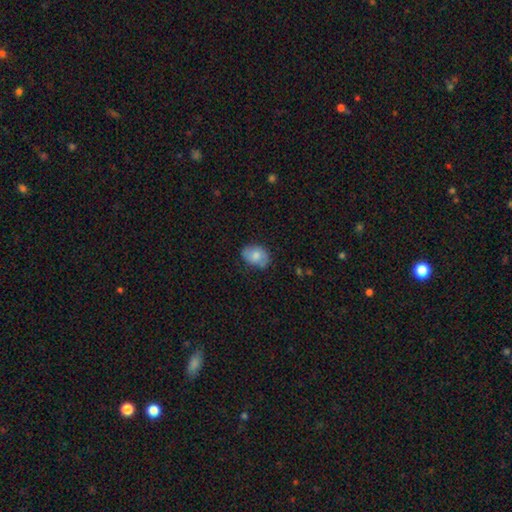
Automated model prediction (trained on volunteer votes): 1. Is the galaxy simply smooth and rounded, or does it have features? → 74% smooth, 19% featured or disk, 7% star or artifact.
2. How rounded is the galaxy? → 79% in between, 20% round, 1% cigar-shaped.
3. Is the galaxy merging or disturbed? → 72% none, 22% minor disturbance, 5% major disturbance, 1% merger.